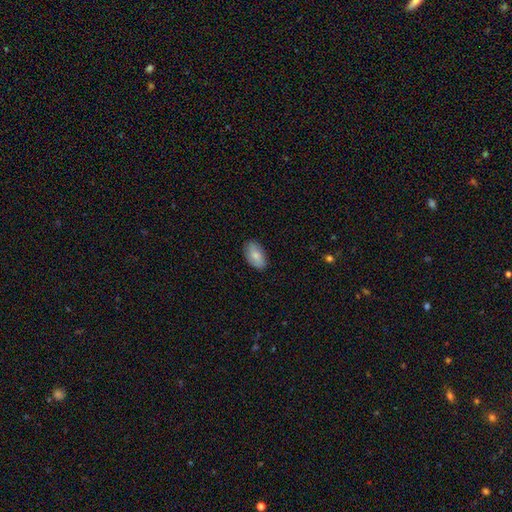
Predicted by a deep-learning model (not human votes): smooth_or_featured: smooth (p=0.79) [alt: featured or disk p=0.15]
how_rounded: in between (p=0.93) [alt: round p=0.04]
merging: none (p=0.86) [alt: minor disturbance p=0.11]